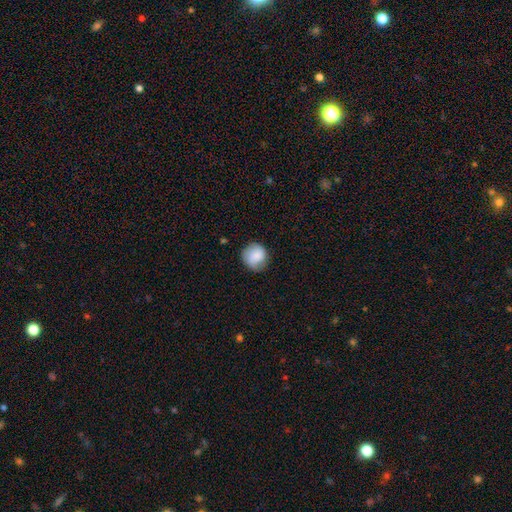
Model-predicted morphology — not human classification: Smooth or featured: smooth — 81% (featured or disk — 12%)
How rounded: round — 88% (in between — 11%)
Merging: none — 75% (minor disturbance — 19%)